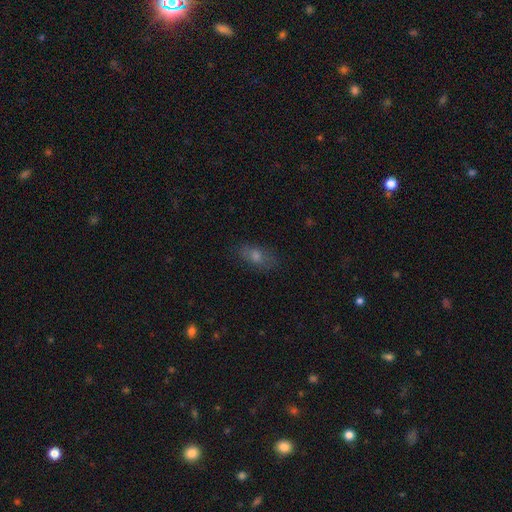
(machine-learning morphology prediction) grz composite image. It shows a smooth galaxy with no disk features (60%) that is in between round and cigar-shaped (77%). Merging: none (80%).